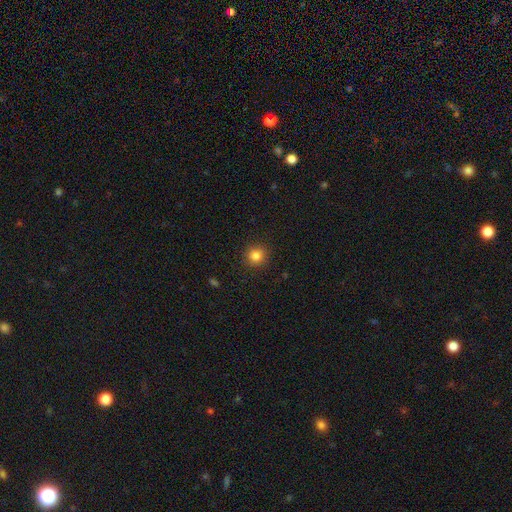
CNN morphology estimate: type=smooth (84%); roundness=round (89%); merging=none (90%).